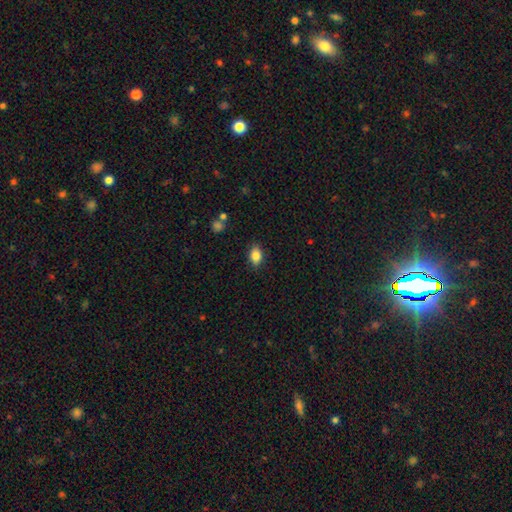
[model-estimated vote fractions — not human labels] smooth 84%, star or artifact 9%, featured or disk 8%. Down the decision tree: how rounded — in between (84%); merging — none (86%).